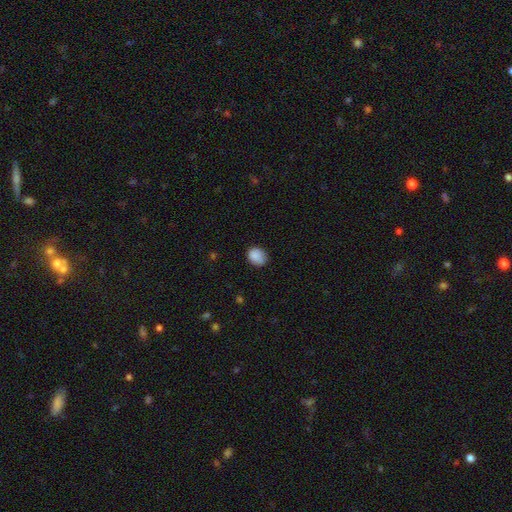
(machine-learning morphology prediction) smooth_or_featured: smooth (p=0.87) [alt: star or artifact p=0.08]
how_rounded: round (p=0.50) [alt: in between p=0.49]
merging: none (p=0.74) [alt: minor disturbance p=0.21]